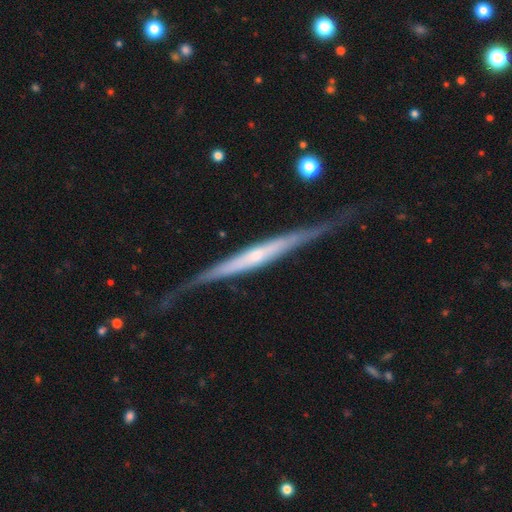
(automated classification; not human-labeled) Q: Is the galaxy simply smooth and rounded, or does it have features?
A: featured or disk — 80%.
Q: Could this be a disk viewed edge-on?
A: yes — 92%.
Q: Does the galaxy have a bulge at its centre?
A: rounded — 47%.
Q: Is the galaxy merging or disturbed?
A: none — 70%.